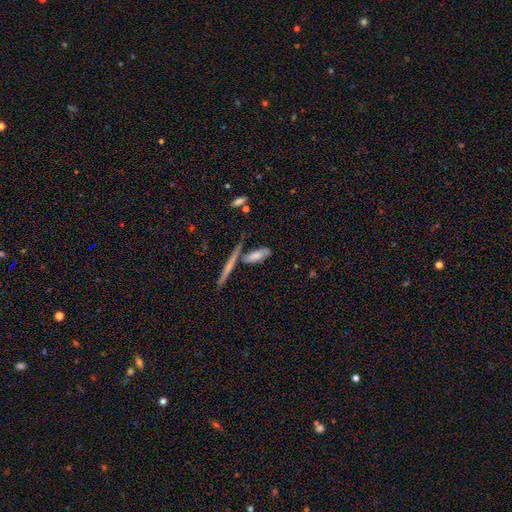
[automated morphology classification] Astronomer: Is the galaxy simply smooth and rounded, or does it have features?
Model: smooth — 57% (runner-up: featured or disk, 35%).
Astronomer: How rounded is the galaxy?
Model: in between — 55% (runner-up: cigar-shaped, 42%).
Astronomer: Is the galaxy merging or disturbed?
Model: none — 51%.